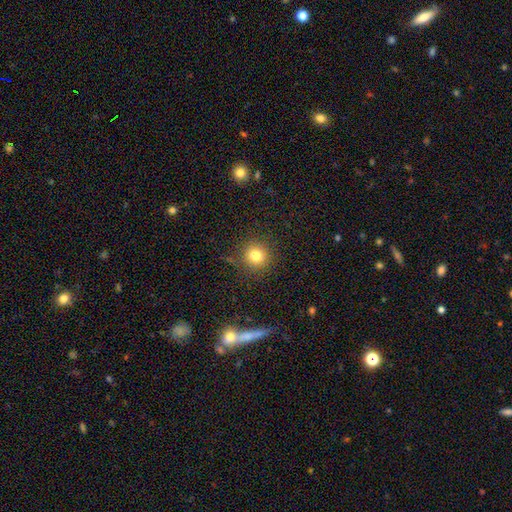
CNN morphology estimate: This appears to be a smooth galaxy with no disk features (80%) that is round (93%). Merging: none (89%).